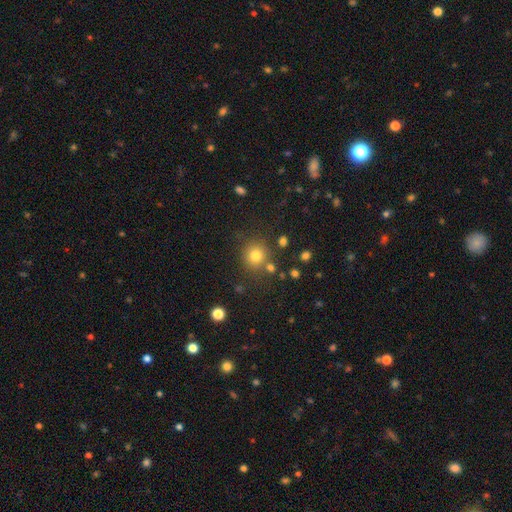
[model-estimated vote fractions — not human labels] A smooth galaxy with no disk features (79%) that is round (90%).

Vote fractions:
- Smooth or featured? smooth: 79% / star or artifact: 14% / featured or disk: 7%
- How rounded? round: 90% / in between: 9% / cigar-shaped: 1%
- Merging? none: 80% / minor disturbance: 9% / merger: 7% / major disturbance: 4%